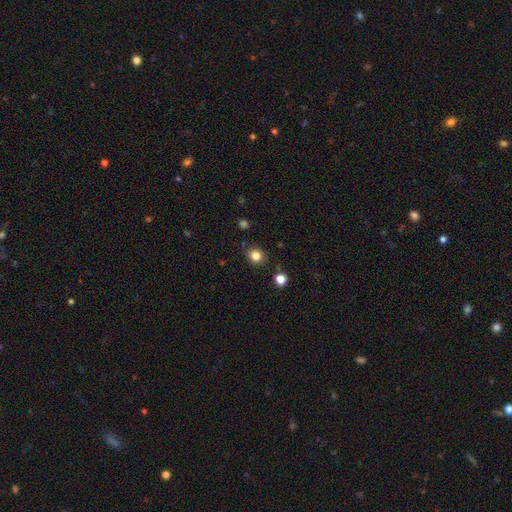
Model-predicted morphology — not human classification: Smooth or featured? Predicted: smooth (p=0.83). How rounded? Predicted: round (p=0.77). Merging? Predicted: none (p=0.86).